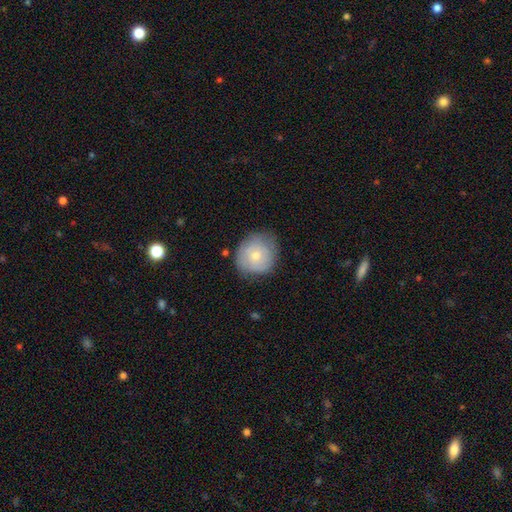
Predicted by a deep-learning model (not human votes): smooth_or_featured: smooth (p=0.64) [alt: featured or disk p=0.29]
how_rounded: round (p=0.85) [alt: in between p=0.14]
merging: none (p=0.70) [alt: minor disturbance p=0.23]